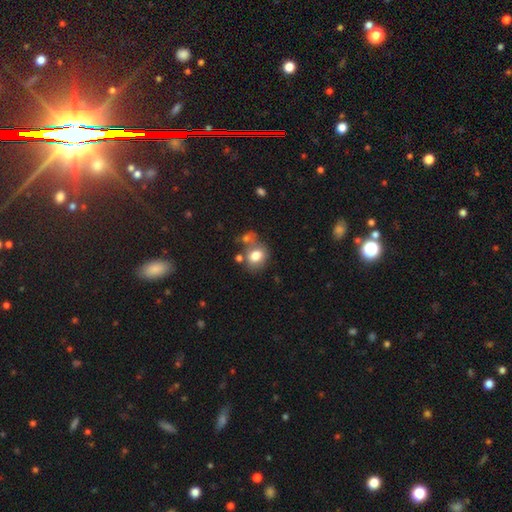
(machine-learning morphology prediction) The model was most divided on "how rounded": in between: 51%, round: 48%, cigar-shaped: 1%. Remaining: smooth or featured — smooth (77%); merging — none (48%).